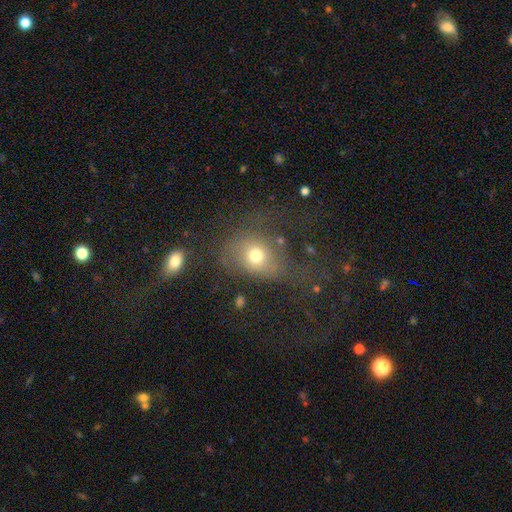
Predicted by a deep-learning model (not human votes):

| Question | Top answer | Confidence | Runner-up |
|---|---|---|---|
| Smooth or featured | smooth | 66% | featured or disk (19%) |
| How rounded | round | 56% | in between (43%) |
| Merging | none | 50% | major disturbance (26%) |